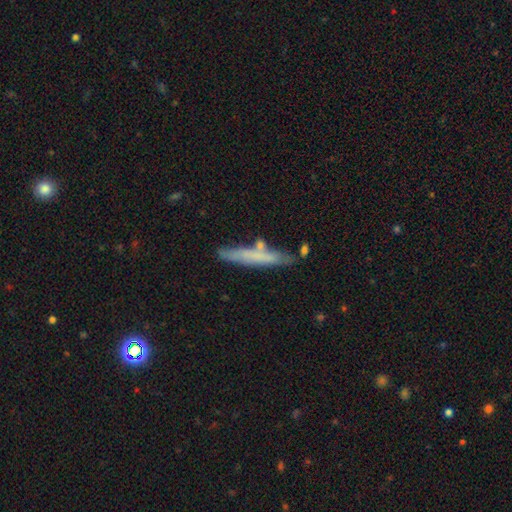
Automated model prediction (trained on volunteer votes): Overall: smooth (58%; featured or disk 35%). How rounded: cigar-shaped (93%). Merging: none (73%).